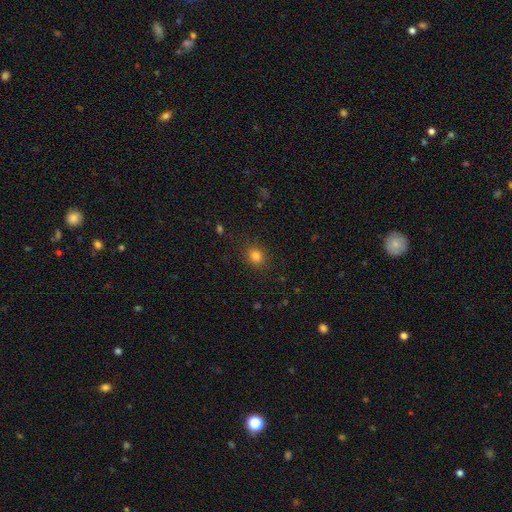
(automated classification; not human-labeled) This appears to be a smooth galaxy with no disk features (82%) that is round (75%). Merging: none (87%).